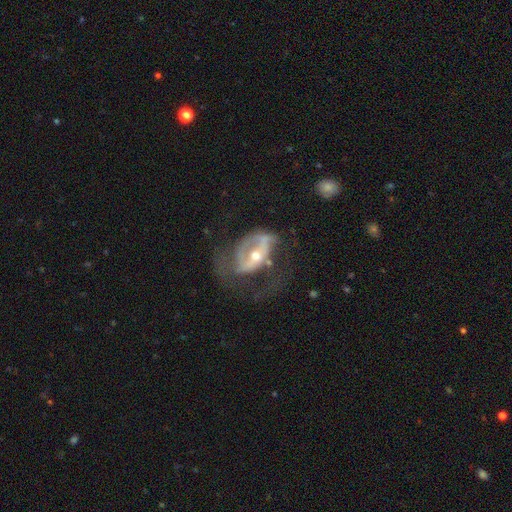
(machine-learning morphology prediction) This is likely a featured or disk galaxy (76%). It is clearly not viewed edge-on (95%). Bar: marginally no (39%). Spiral arm pattern: likely yes (65%). Central bulge: likely moderate (62%). Merging: possibly major disturbance (47%).